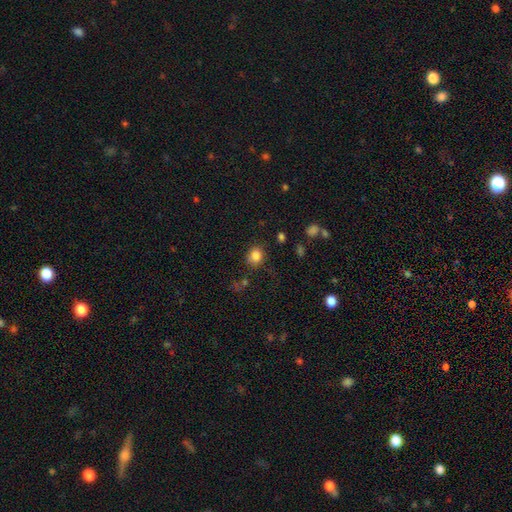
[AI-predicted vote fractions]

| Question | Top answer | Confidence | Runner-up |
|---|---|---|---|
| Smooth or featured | smooth | 82% | star or artifact (12%) |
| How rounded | round | 75% | in between (24%) |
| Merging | none | 78% | minor disturbance (14%) |